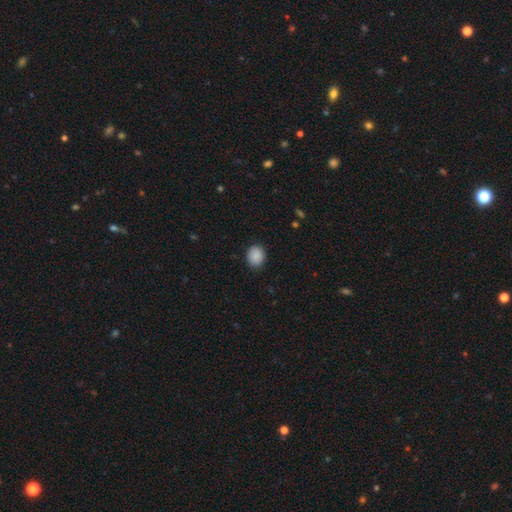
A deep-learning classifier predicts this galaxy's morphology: Overall: smooth (89%). How rounded: round (61%; in between 38%). Merging: none (89%).